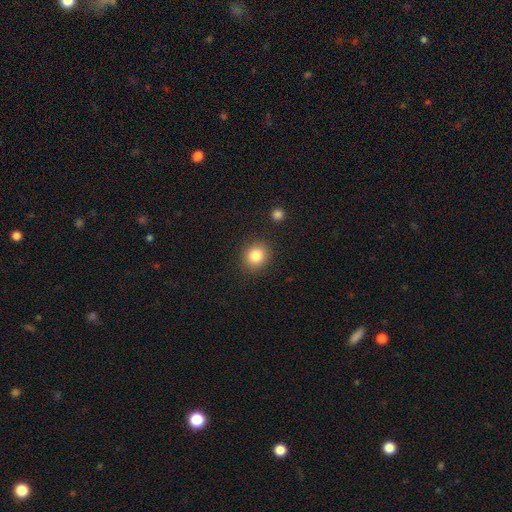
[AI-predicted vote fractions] Q: Smooth or featured?
A: smooth (83%); runner-up: star or artifact (10%)
Q: How rounded?
A: round (76%); runner-up: in between (23%)
Q: Merging?
A: none (88%); runner-up: minor disturbance (8%)